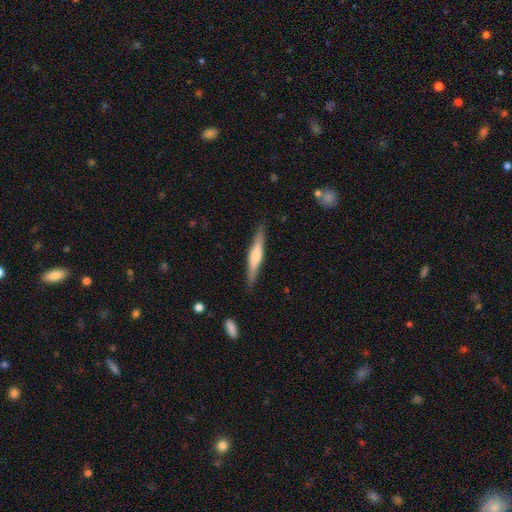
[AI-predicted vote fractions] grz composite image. It shows a featured or disk galaxy (49%). Merging: none (88%).